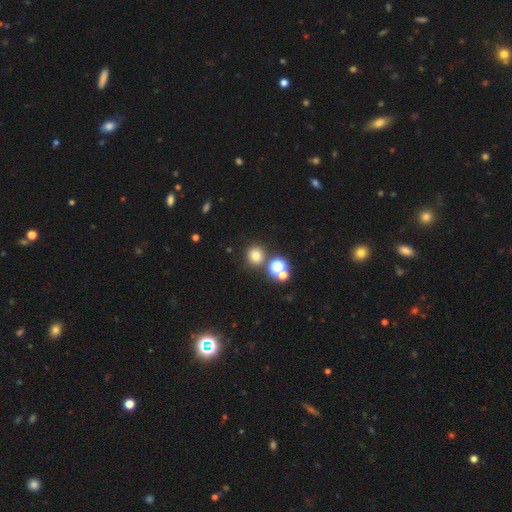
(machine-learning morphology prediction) smooth 73%, star or artifact 19%, featured or disk 7%. Down the decision tree: how rounded — round (88%); merging — none (78%).